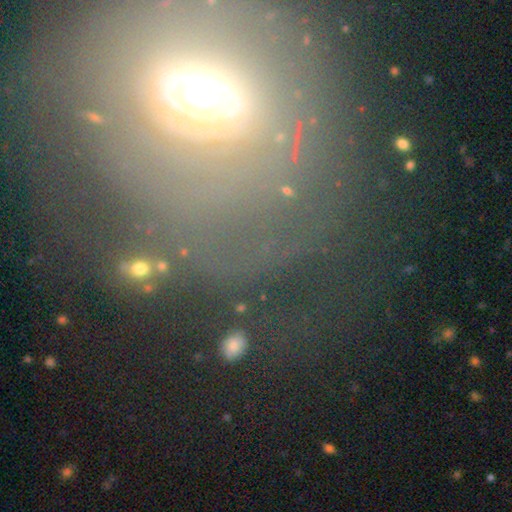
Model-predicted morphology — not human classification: Smooth or featured: featured or disk — 38% (star or artifact — 34%)
Merging: none — 61% (major disturbance — 17%)